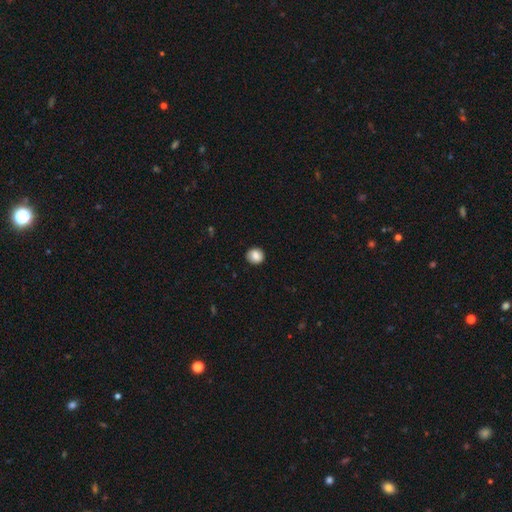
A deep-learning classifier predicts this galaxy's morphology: This appears to be a smooth galaxy with no disk features (84%) that is round (82%). Merging: none (87%).